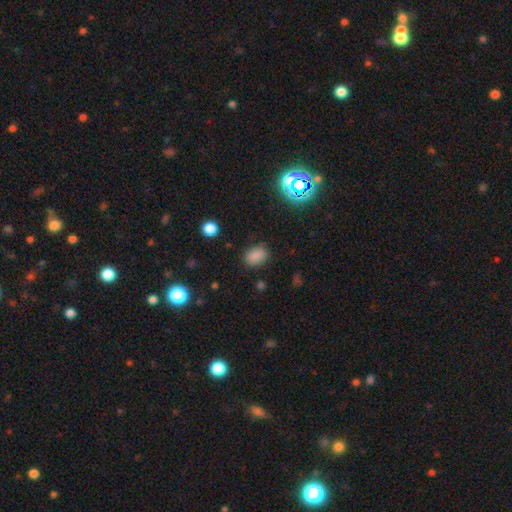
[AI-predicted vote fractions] Overall: smooth (82%). How rounded: in between (78%). Merging: none (82%).